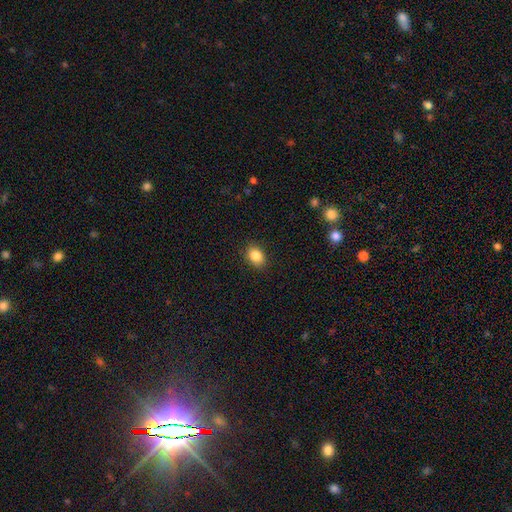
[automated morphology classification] Smooth or featured?
  - smooth: 86% *
  - star or artifact: 9%
  - featured or disk: 5%
How rounded?
  - in between: 69% *
  - round: 30%
  - cigar-shaped: 1%
Merging?
  - none: 88% *
  - minor disturbance: 9%
  - major disturbance: 2%
  - merger: 1%